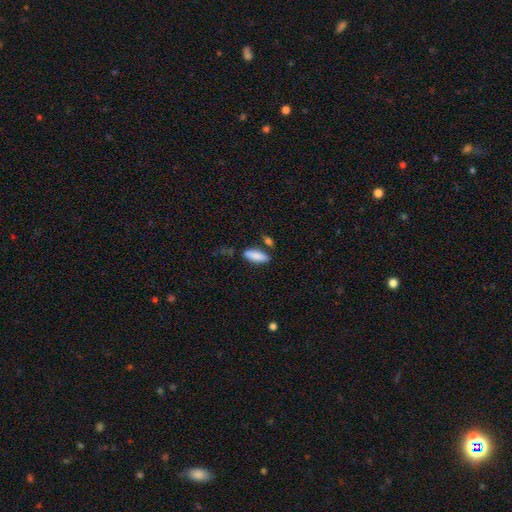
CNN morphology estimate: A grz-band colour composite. It shows a smooth galaxy with no disk features (86%) that is in between round and cigar-shaped (63%). Merging: none (73%).